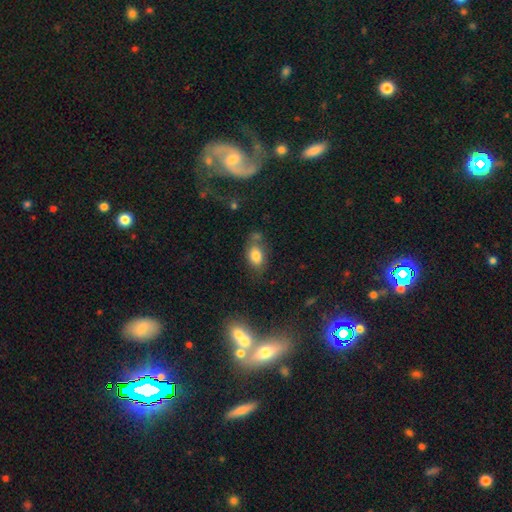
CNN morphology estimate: smooth_or_featured: smooth (p=0.79) [alt: featured or disk p=0.11]
how_rounded: in between (p=0.81) [alt: round p=0.17]
merging: none (p=0.60) [alt: minor disturbance p=0.21]